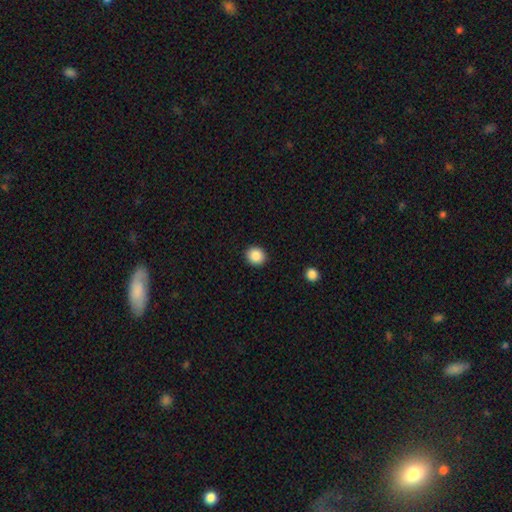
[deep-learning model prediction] This is clearly a smooth galaxy (88%). How rounded: clearly round (89%). Merging: clearly none (92%).